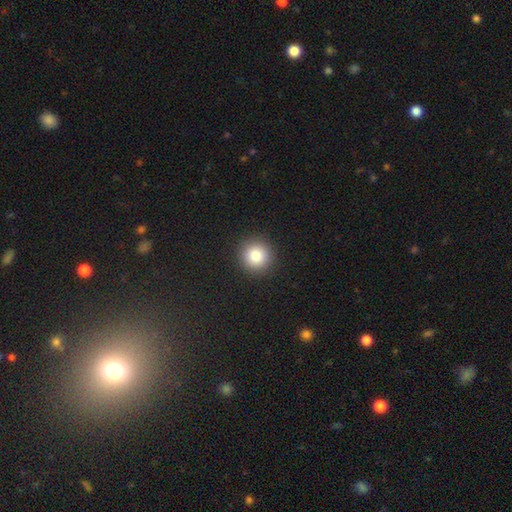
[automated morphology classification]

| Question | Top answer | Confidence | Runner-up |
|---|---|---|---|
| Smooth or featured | smooth | 85% | star or artifact (10%) |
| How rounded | round | 94% | in between (5%) |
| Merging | none | 92% | minor disturbance (5%) |